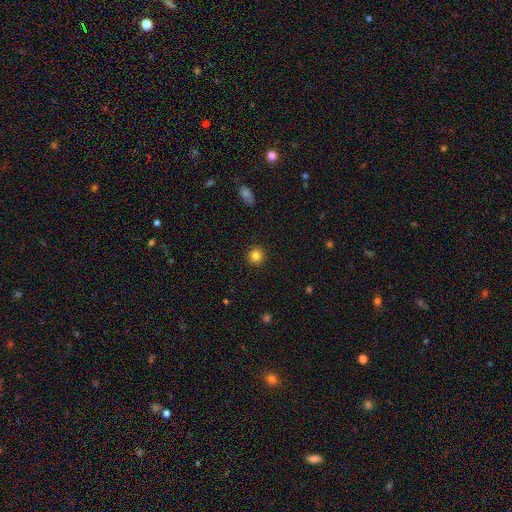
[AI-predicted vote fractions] A smooth galaxy with no disk features (84%) that is round (94%).

Vote fractions:
- Smooth or featured? smooth: 84% / star or artifact: 11% / featured or disk: 5%
- How rounded? round: 94% / in between: 5% / cigar-shaped: 1%
- Merging? none: 92% / minor disturbance: 5% / major disturbance: 2% / merger: 1%